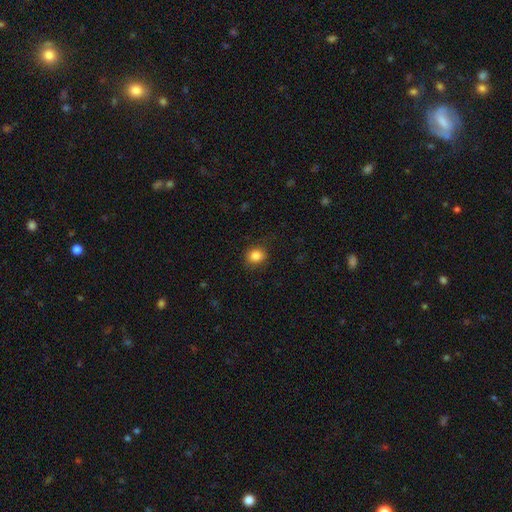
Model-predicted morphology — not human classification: Smooth or featured? smooth (85%)
How rounded? round (76%)
Merging? none (84%)